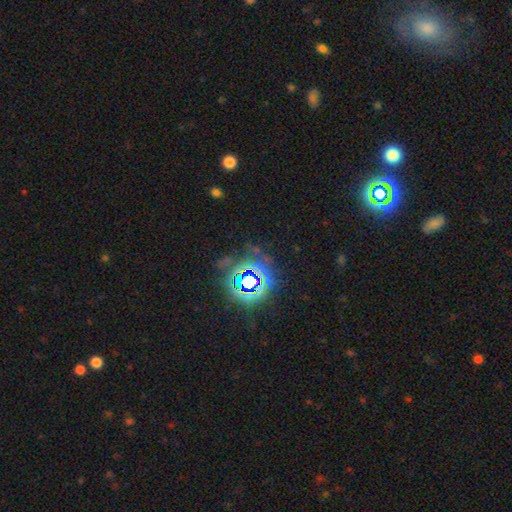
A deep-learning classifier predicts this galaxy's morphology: Smooth or featured: star or artifact — 78% (smooth — 13%)